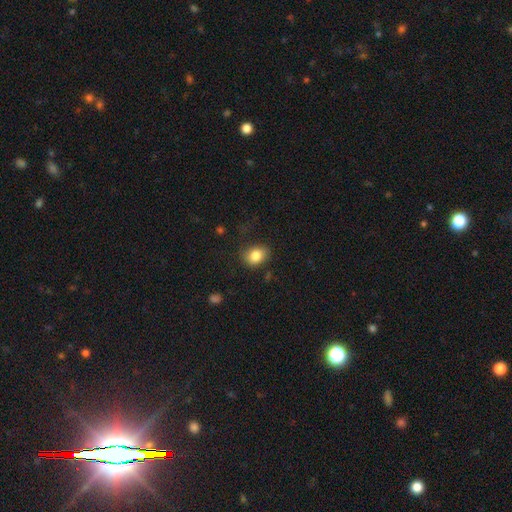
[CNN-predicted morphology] This appears to be a smooth galaxy with no disk features (83%) that is in between round and cigar-shaped (52%). Merging: none (75%).